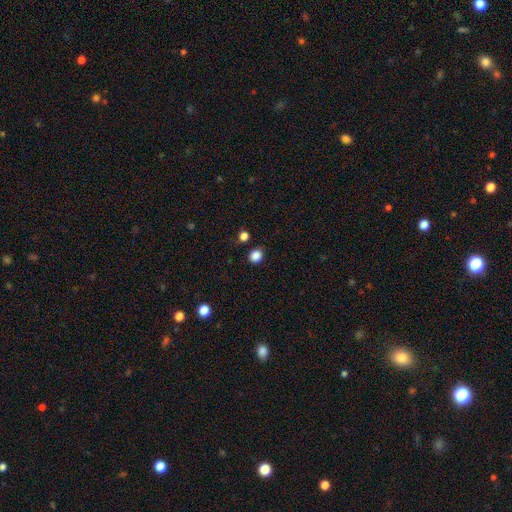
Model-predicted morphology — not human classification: Smooth or featured? Predicted: smooth (p=0.85). How rounded? Predicted: round (p=0.75). Merging? Predicted: none (p=0.87).